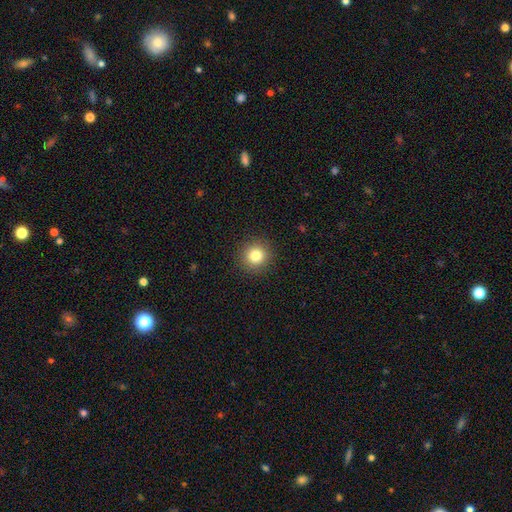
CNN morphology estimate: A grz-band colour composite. It shows a smooth galaxy with no disk features (82%) that is round (94%). Merging: none (91%).